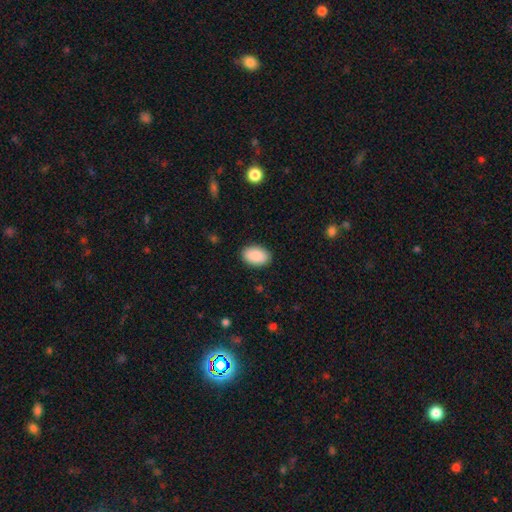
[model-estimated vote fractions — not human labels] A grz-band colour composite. It shows a smooth galaxy with no disk features (91%) that is in between round and cigar-shaped (91%). Merging: none (89%).